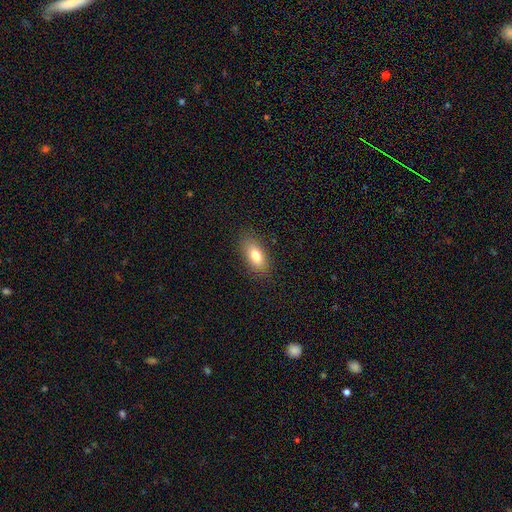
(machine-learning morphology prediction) A smooth galaxy with no disk features (79%) that is in between round and cigar-shaped (86%).

Vote fractions:
- Smooth or featured? smooth: 79% / featured or disk: 13% / star or artifact: 8%
- How rounded? in between: 86% / cigar-shaped: 9% / round: 5%
- Merging? none: 86% / minor disturbance: 10% / major disturbance: 3% / merger: 1%